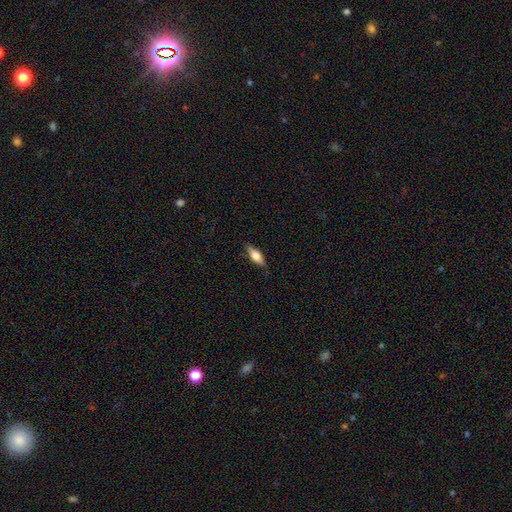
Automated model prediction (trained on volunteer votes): Smooth or featured: smooth — 66% (featured or disk — 27%)
How rounded: in between — 65% (cigar-shaped — 32%)
Merging: none — 82% (minor disturbance — 14%)